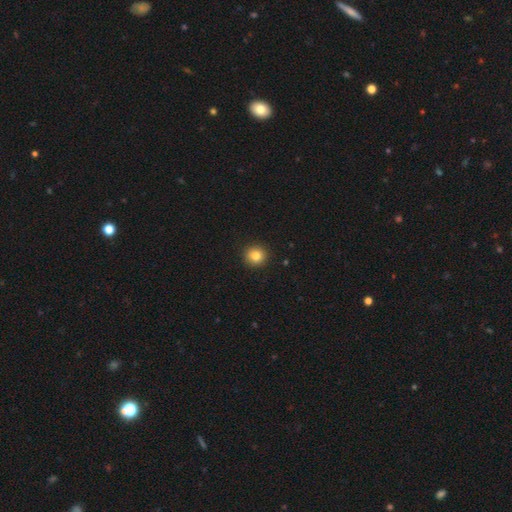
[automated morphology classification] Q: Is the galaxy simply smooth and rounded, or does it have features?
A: smooth — 83%.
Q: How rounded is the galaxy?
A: round — 92%.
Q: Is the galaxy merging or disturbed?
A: none — 93%.